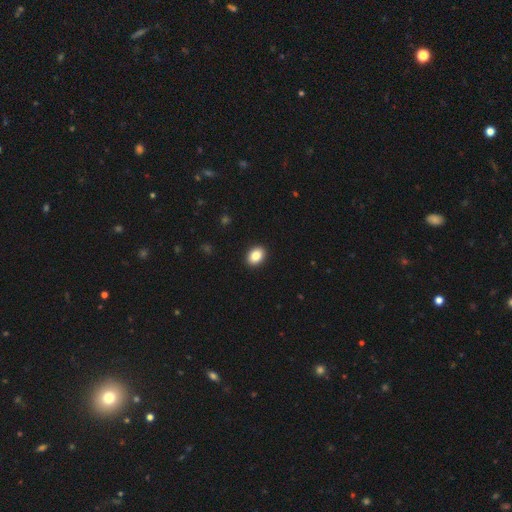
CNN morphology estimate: smooth_or_featured: smooth (p=0.86) [alt: star or artifact p=0.08]
how_rounded: in between (p=0.71) [alt: round p=0.28]
merging: none (p=0.92) [alt: minor disturbance p=0.06]